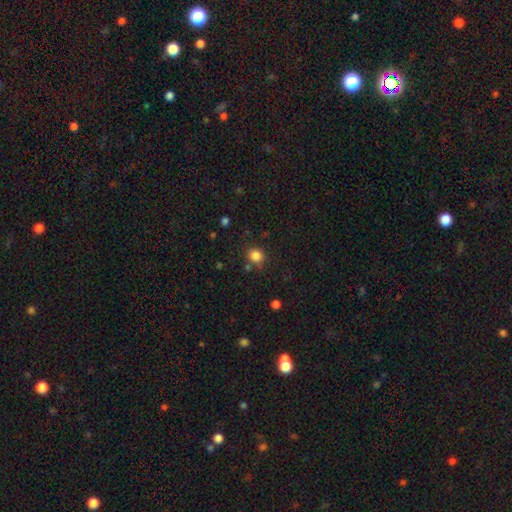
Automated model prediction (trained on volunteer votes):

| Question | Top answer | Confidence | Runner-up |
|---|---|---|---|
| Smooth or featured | smooth | 83% | star or artifact (12%) |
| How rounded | round | 79% | in between (20%) |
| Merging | none | 76% | minor disturbance (14%) |